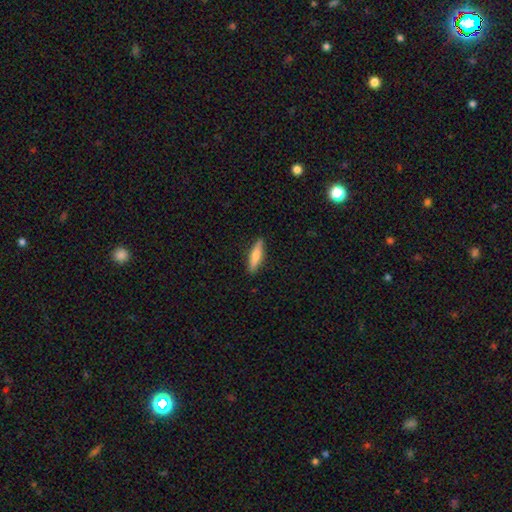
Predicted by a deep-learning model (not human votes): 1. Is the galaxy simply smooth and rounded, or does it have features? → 69% smooth, 25% featured or disk, 6% star or artifact.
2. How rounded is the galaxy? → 74% cigar-shaped, 24% in between, 2% round.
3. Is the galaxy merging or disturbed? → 88% none, 9% minor disturbance, 2% major disturbance, 1% merger.